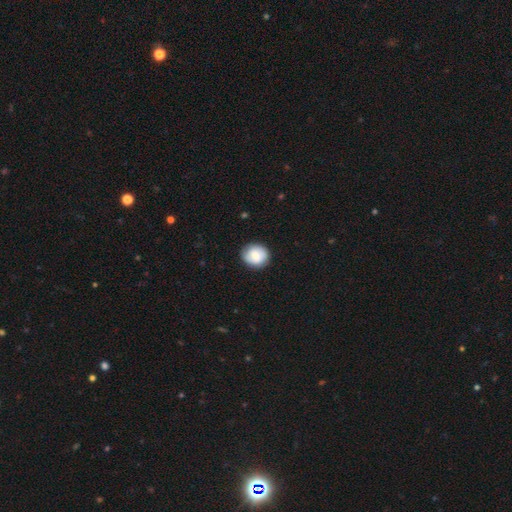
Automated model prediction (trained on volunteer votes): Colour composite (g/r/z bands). It shows a smooth galaxy with no disk features (80%) that is round (80%). Merging: none (85%).